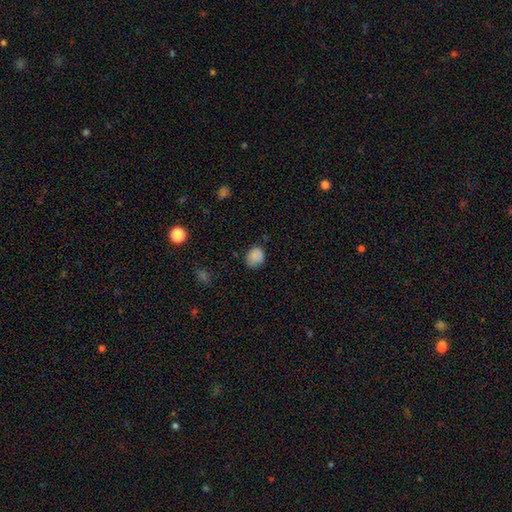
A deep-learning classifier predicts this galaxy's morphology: This appears to be a smooth galaxy with no disk features (85%) that is round (62%). Merging: none (72%).